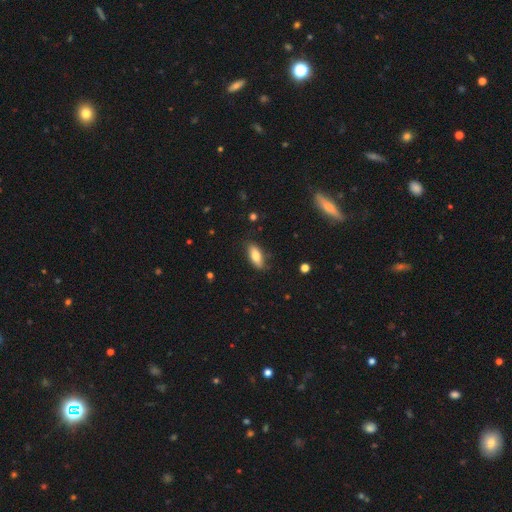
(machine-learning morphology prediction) smooth-or-featured: smooth: 78% | featured or disk: 15% | star or artifact: 7%
  how-rounded: in between: 76% | cigar-shaped: 21% | round: 2%
  merging: none: 80% | minor disturbance: 16% | major disturbance: 3% | merger: 1%